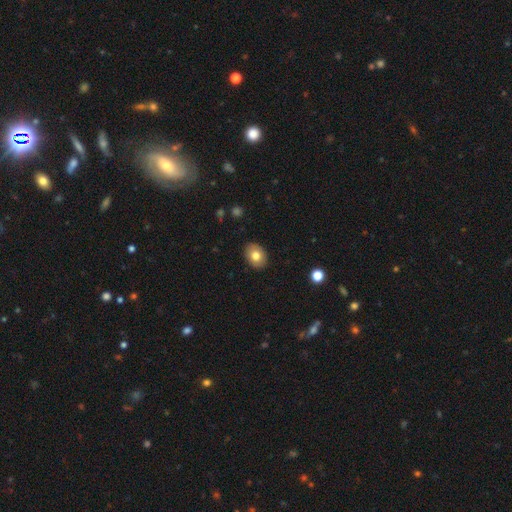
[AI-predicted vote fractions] smooth 77%, featured or disk 15%, star or artifact 8%. Down the decision tree: how rounded — in between (67%); merging — none (88%).